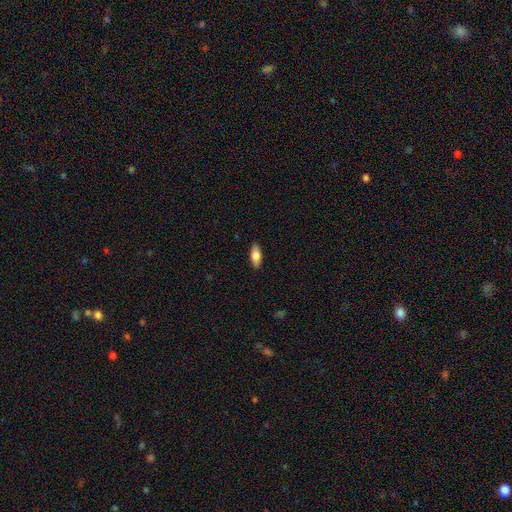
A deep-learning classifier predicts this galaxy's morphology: This is likely a smooth galaxy (78%). How rounded: clearly in between (82%). Merging: clearly none (89%).